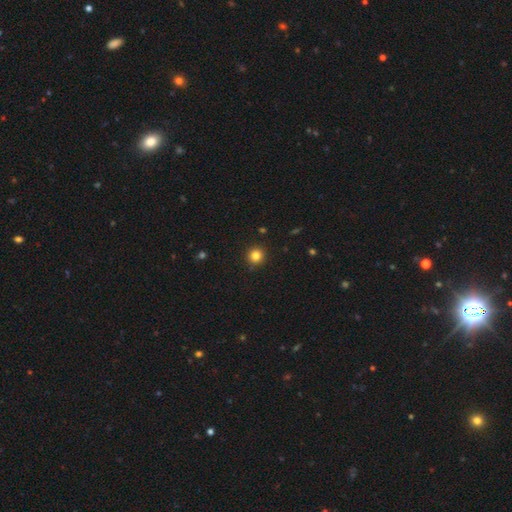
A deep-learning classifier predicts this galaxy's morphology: smooth_or_featured: smooth (p=0.82) [alt: star or artifact p=0.12]
how_rounded: round (p=0.92) [alt: in between p=0.07]
merging: none (p=0.91) [alt: minor disturbance p=0.06]